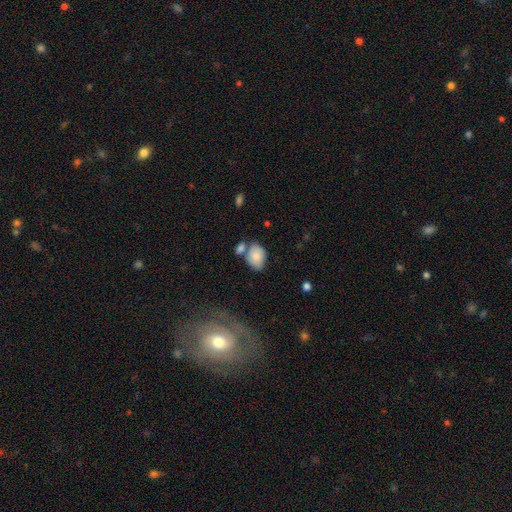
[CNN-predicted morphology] Overall: smooth (78%). How rounded: in between (78%). Merging: none (48%; merger 26%).